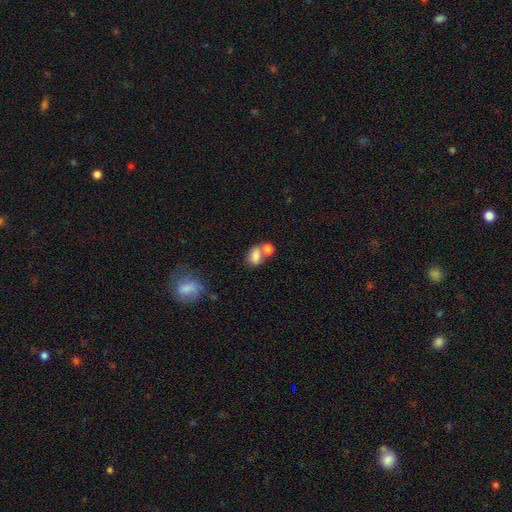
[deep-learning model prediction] A smooth galaxy with no disk features (80%) that is in between round and cigar-shaped (72%).

Vote fractions:
- Smooth or featured? smooth: 80% / featured or disk: 10% / star or artifact: 9%
- How rounded? in between: 72% / round: 26% / cigar-shaped: 1%
- Merging? merger: 52% / none: 32% / minor disturbance: 10% / major disturbance: 5%